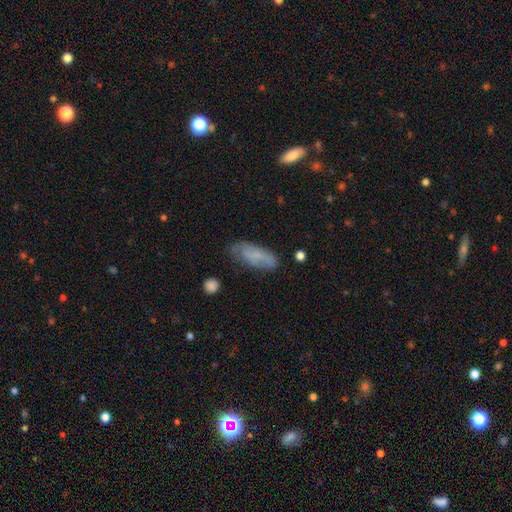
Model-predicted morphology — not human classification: smooth_or_featured: smooth (p=0.66) [alt: featured or disk p=0.26]
how_rounded: in between (p=0.75) [alt: cigar-shaped p=0.23]
merging: none (p=0.63) [alt: minor disturbance p=0.26]